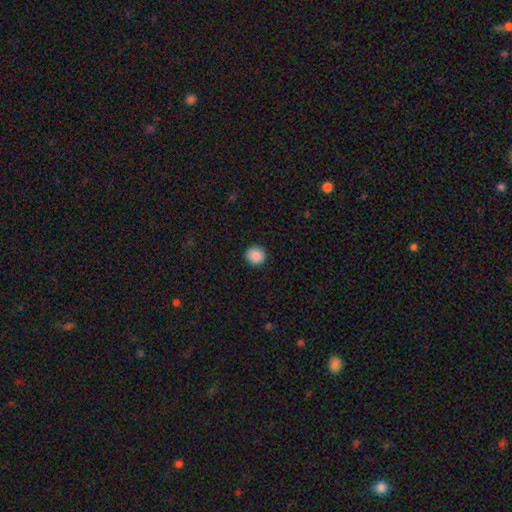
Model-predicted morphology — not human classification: Smooth or featured? Predicted: smooth (p=0.89). How rounded? Predicted: round (p=0.92). Merging? Predicted: none (p=0.92).